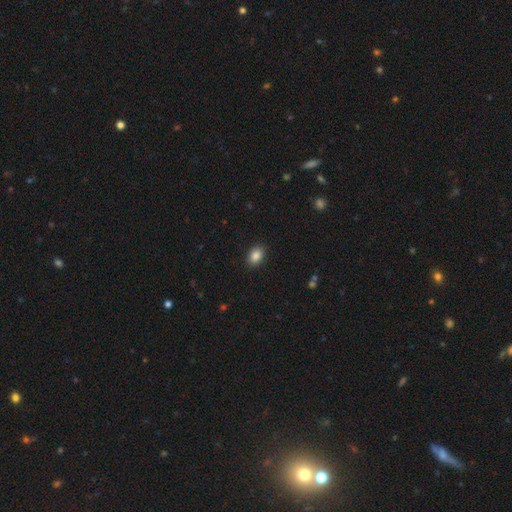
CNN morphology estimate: smooth-or-featured: smooth: 87% | star or artifact: 9% | featured or disk: 5%
  how-rounded: in between: 80% | round: 19% | cigar-shaped: 1%
  merging: none: 89% | minor disturbance: 8% | major disturbance: 2% | merger: 1%